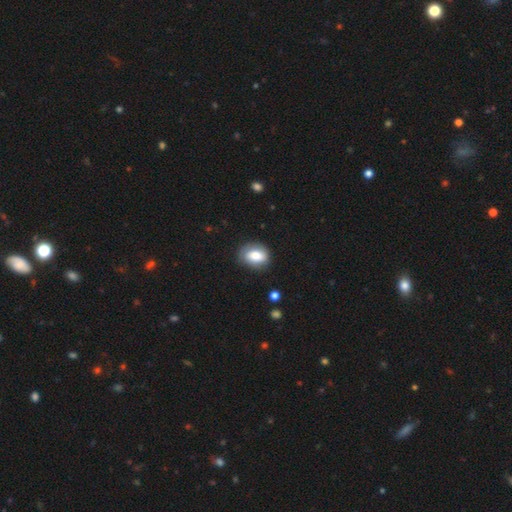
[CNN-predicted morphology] A smooth galaxy with no disk features (79%) that is in between round and cigar-shaped (73%).

Vote fractions:
- Smooth or featured? smooth: 79% / featured or disk: 14% / star or artifact: 7%
- How rounded? in between: 73% / round: 26% / cigar-shaped: 1%
- Merging? none: 74% / minor disturbance: 19% / major disturbance: 5% / merger: 1%